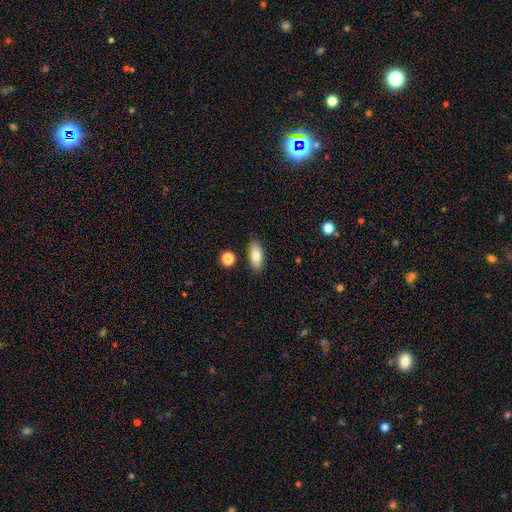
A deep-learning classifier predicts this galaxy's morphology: This appears to be a smooth galaxy with no disk features (82%) that is in between round and cigar-shaped (85%). Merging: none (83%).